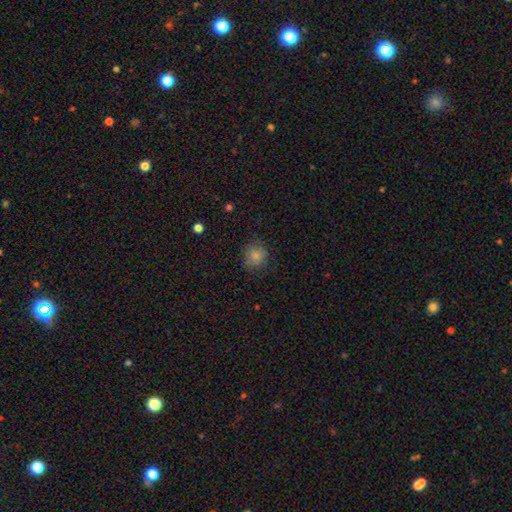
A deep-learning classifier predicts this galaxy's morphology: Smooth or featured? Predicted: smooth (p=0.83). How rounded? Predicted: round (p=0.85). Merging? Predicted: none (p=0.77).